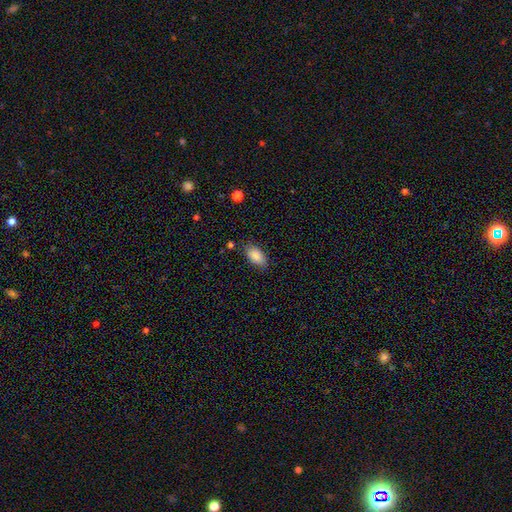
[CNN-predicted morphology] A smooth galaxy with no disk features (87%) that is in between round and cigar-shaped (93%).

Vote fractions:
- Smooth or featured? smooth: 87% / star or artifact: 7% / featured or disk: 6%
- How rounded? in between: 93% / round: 4% / cigar-shaped: 3%
- Merging? none: 79% / minor disturbance: 15% / major disturbance: 3% / merger: 2%